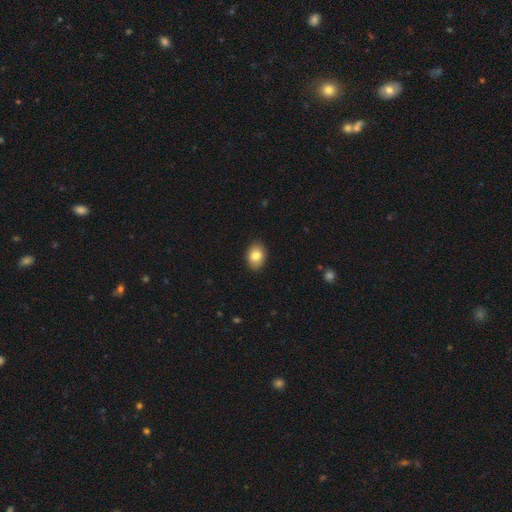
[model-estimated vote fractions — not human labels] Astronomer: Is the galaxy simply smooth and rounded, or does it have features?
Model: smooth — 84%.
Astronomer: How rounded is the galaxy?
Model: in between — 75%.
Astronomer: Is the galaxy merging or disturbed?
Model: none — 90%.